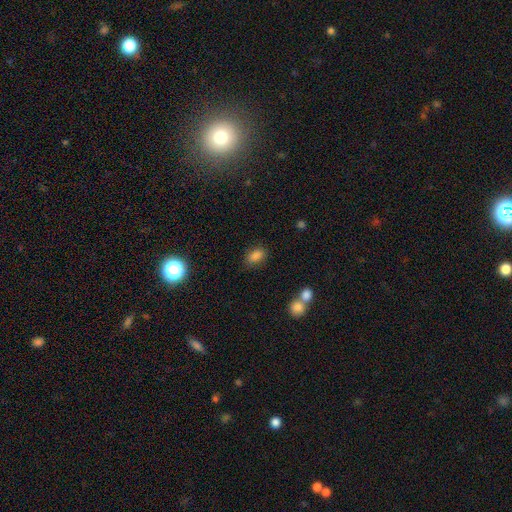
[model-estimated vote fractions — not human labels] smooth 84%, star or artifact 11%, featured or disk 5%. Down the decision tree: how rounded — in between (87%); merging — none (75%).